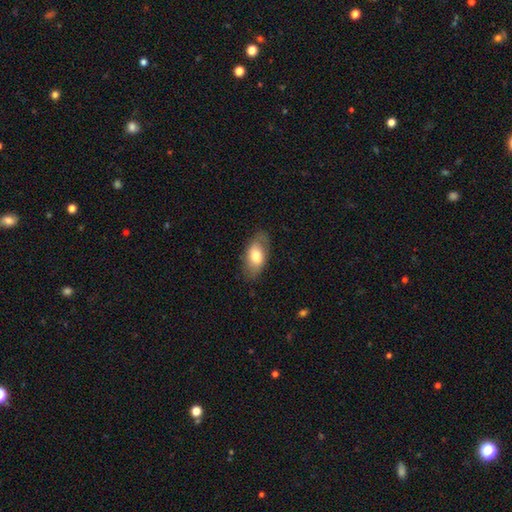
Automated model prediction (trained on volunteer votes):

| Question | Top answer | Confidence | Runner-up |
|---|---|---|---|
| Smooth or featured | smooth | 67% | featured or disk (27%) |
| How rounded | in between | 91% | round (5%) |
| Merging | none | 77% | minor disturbance (17%) |